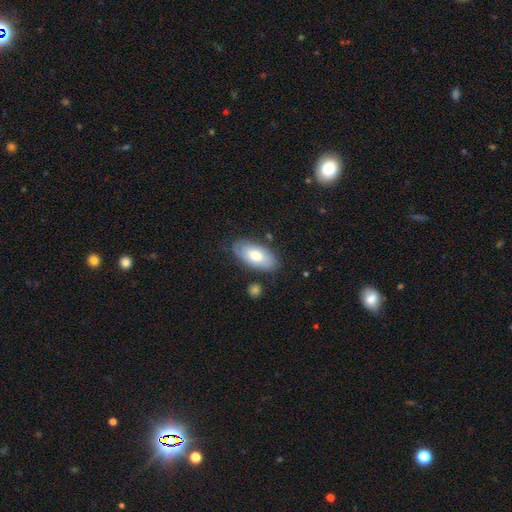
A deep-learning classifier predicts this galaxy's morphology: Smooth or featured? smooth (70%)
How rounded? in between (93%)
Merging? none (78%)